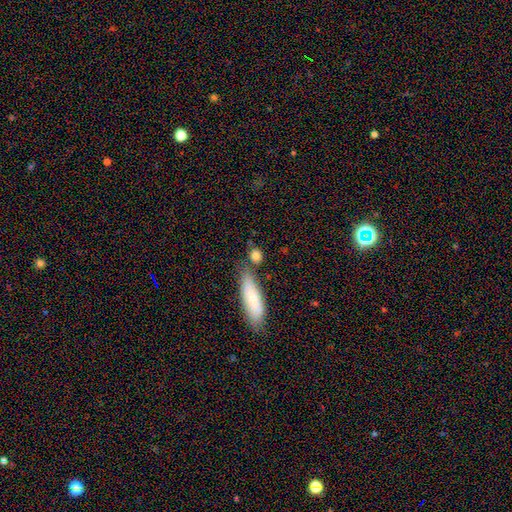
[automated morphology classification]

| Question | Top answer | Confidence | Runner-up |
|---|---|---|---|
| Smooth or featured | smooth | 81% | featured or disk (9%) |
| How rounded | round | 57% | in between (30%) |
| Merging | none | 69% | merger (15%) |